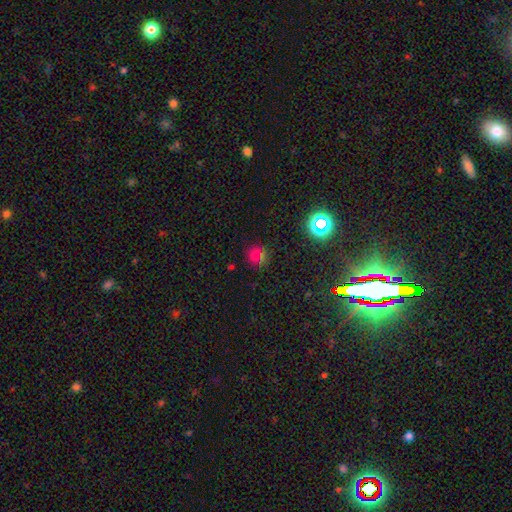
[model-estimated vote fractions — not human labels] smooth 62%, star or artifact 28%, featured or disk 10%. Down the decision tree: how rounded — round (88%); merging — none (73%).